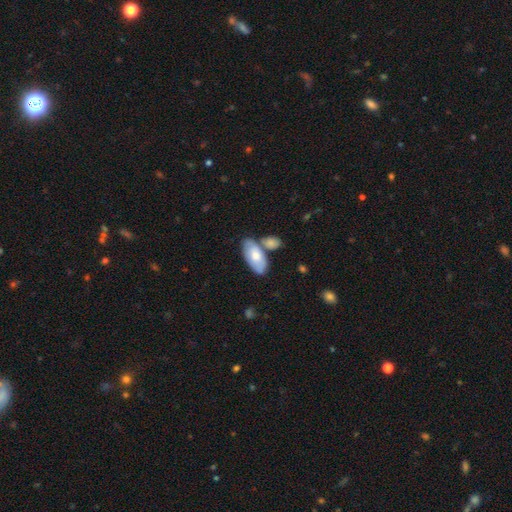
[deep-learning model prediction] Smooth or featured?
  - smooth: 67% *
  - featured or disk: 28%
  - star or artifact: 5%
How rounded?
  - in between: 92% *
  - cigar-shaped: 5%
  - round: 3%
Merging?
  - none: 57% *
  - merger: 24%
  - minor disturbance: 15%
  - major disturbance: 4%